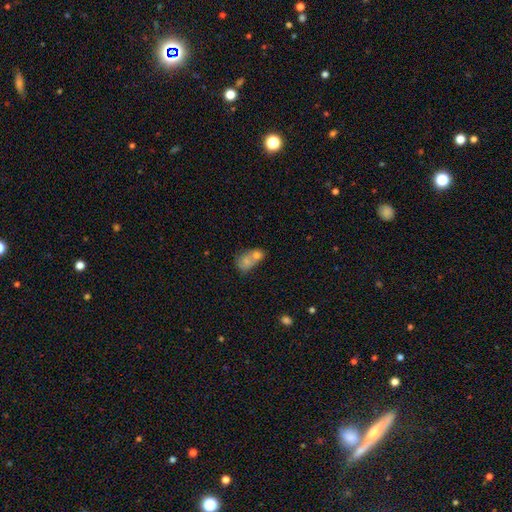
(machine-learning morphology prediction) type=smooth (69%); roundness=in between (60%); merging=merger (69%).